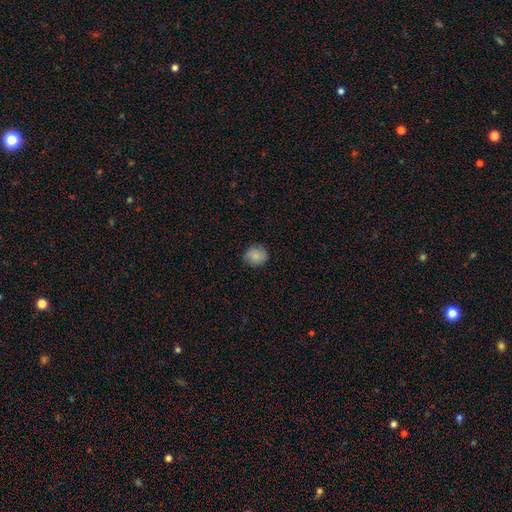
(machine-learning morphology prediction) smooth 85%, star or artifact 8%, featured or disk 7%. Down the decision tree: how rounded — round (81%); merging — none (86%).